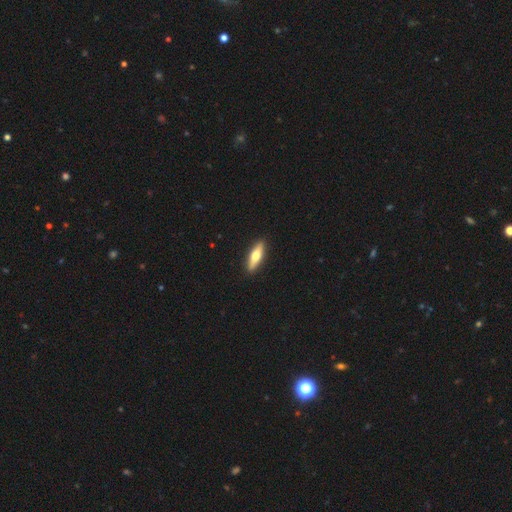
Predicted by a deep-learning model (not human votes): Smooth or featured? smooth (55%)
How rounded? cigar-shaped (62%)
Merging? none (91%)